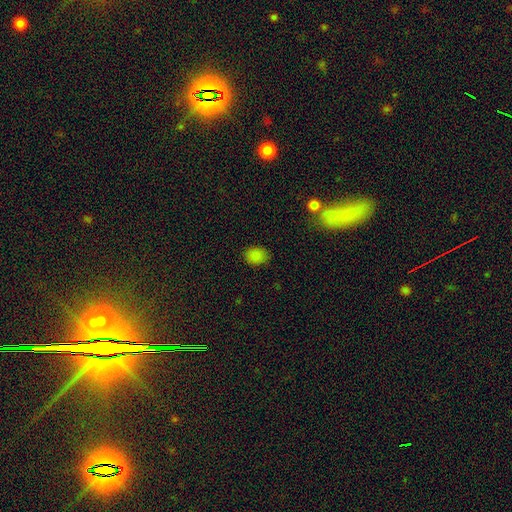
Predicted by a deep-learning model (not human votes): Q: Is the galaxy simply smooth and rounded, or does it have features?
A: smooth — 83%.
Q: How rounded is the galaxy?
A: in between — 51%.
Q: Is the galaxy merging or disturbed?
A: none — 85%.